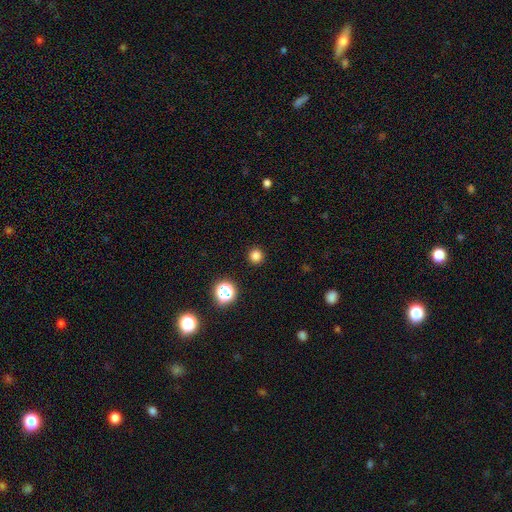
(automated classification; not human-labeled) A smooth galaxy with no disk features (80%) that is round (95%). Merging: none (92%).